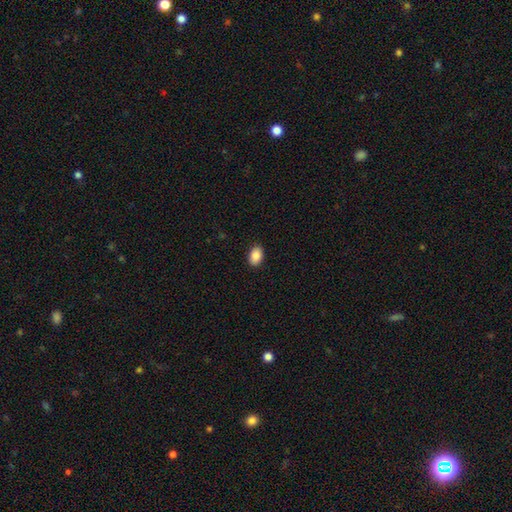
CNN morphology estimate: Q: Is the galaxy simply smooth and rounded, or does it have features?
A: smooth — 89%.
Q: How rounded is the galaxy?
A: in between — 87%.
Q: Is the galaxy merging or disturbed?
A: none — 89%.